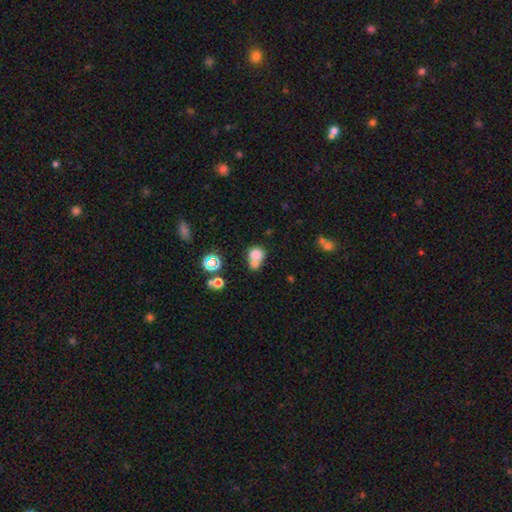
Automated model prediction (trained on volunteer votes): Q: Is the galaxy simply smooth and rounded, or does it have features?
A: smooth — 72%.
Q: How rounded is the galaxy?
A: round — 69%.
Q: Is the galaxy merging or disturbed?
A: merger — 55%.